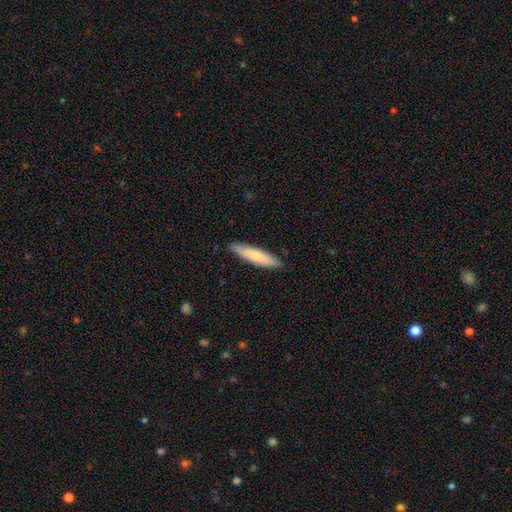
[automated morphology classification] smooth 72%, featured or disk 22%, star or artifact 5%. Down the decision tree: how rounded — cigar-shaped (82%); merging — none (89%).